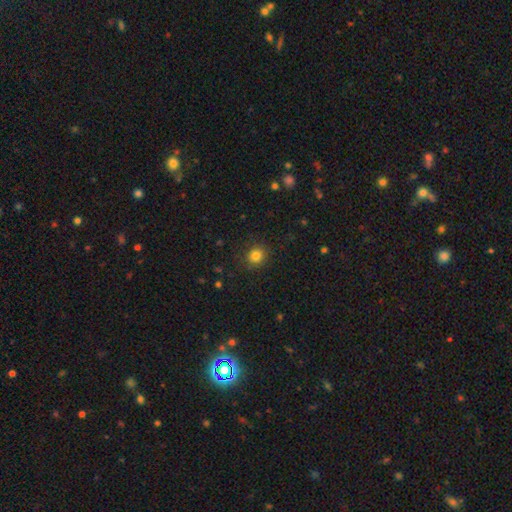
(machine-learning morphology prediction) smooth 82%, star or artifact 12%, featured or disk 5%. Down the decision tree: how rounded — round (80%); merging — none (87%).